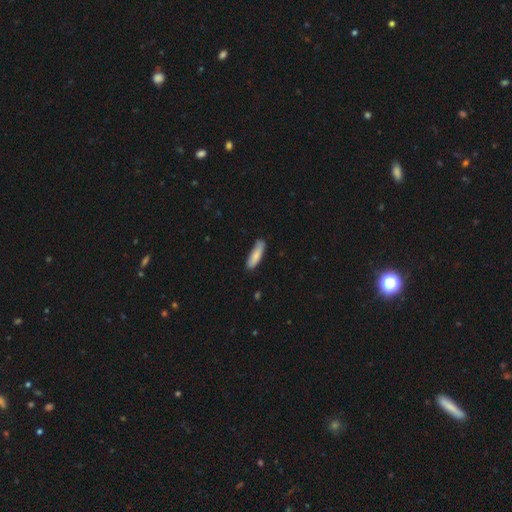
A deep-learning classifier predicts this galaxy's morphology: Smooth or featured? Predicted: smooth (p=0.83). How rounded? Predicted: cigar-shaped (p=0.65). Merging? Predicted: none (p=0.76).